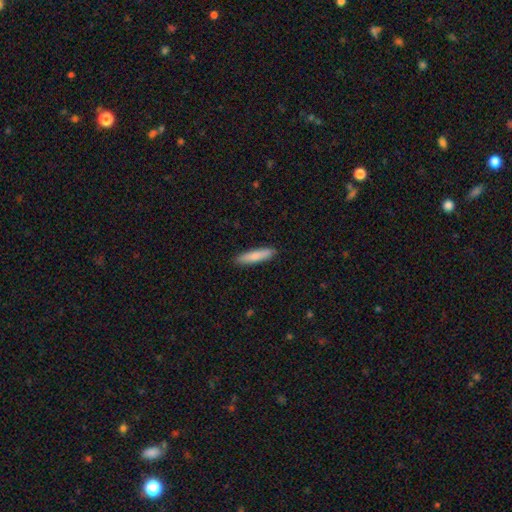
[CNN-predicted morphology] This is likely a smooth galaxy (80%). How rounded: clearly cigar-shaped (84%). Merging: clearly none (90%).